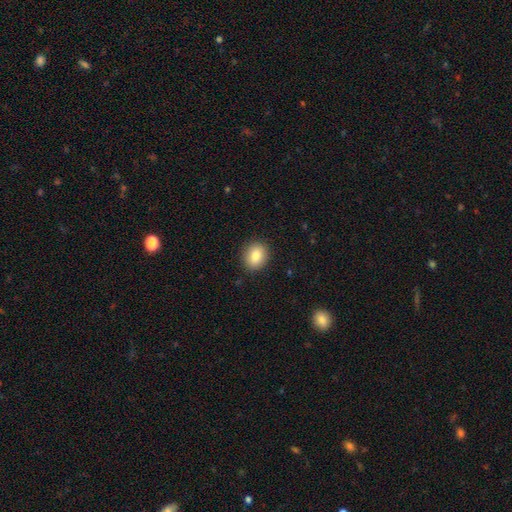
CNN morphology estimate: smooth_or_featured: smooth (p=0.83) [alt: star or artifact p=0.09]
how_rounded: round (p=0.60) [alt: in between p=0.39]
merging: none (p=0.90) [alt: minor disturbance p=0.07]